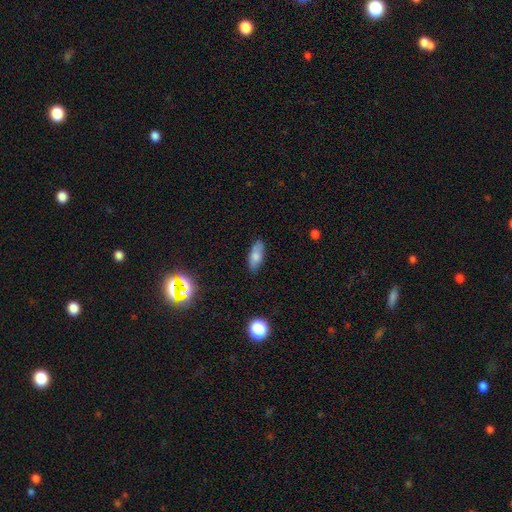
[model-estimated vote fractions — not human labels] Smooth or featured?
  - smooth: 76% *
  - featured or disk: 15%
  - star or artifact: 9%
How rounded?
  - in between: 77% *
  - cigar-shaped: 20%
  - round: 3%
Merging?
  - none: 83% *
  - minor disturbance: 13%
  - major disturbance: 3%
  - merger: 1%